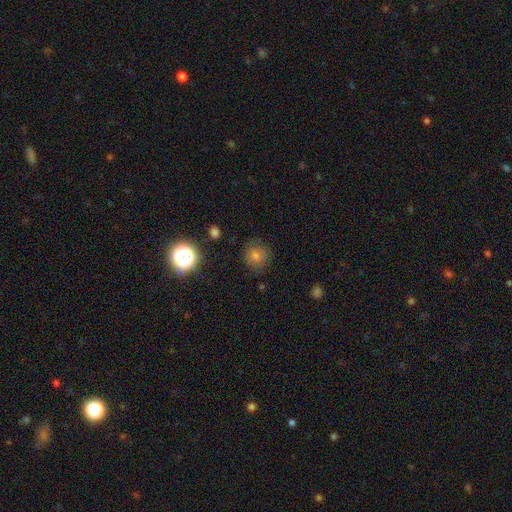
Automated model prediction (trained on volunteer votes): Morphology: type=smooth (67%); roundness=round (92%); merging=none (85%).